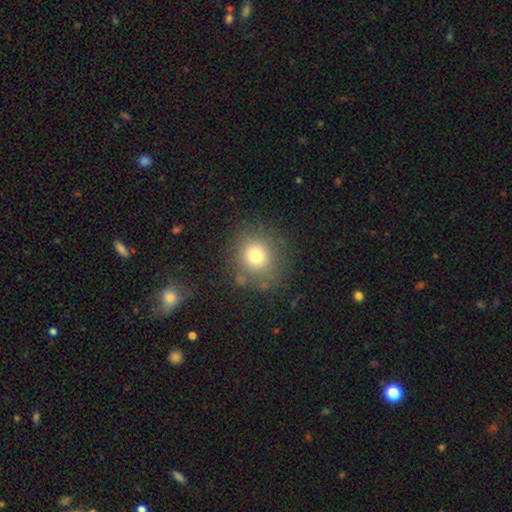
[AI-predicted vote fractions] This is likely a smooth galaxy (76%). How rounded: clearly round (83%). Merging: likely none (79%).